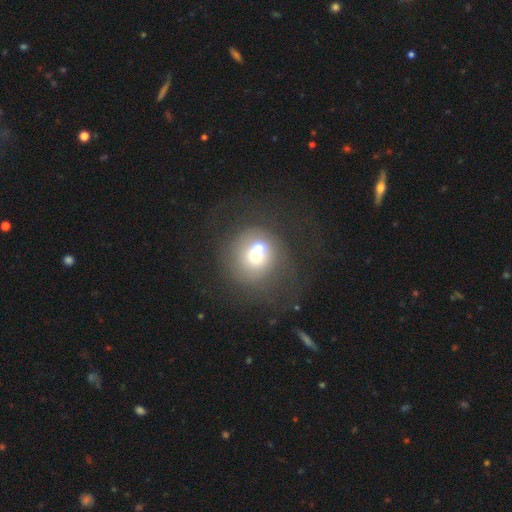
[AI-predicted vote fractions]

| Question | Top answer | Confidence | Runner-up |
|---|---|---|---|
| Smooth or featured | smooth | 56% | featured or disk (28%) |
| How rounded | round | 89% | in between (10%) |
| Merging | merger | 45% | none (38%) |